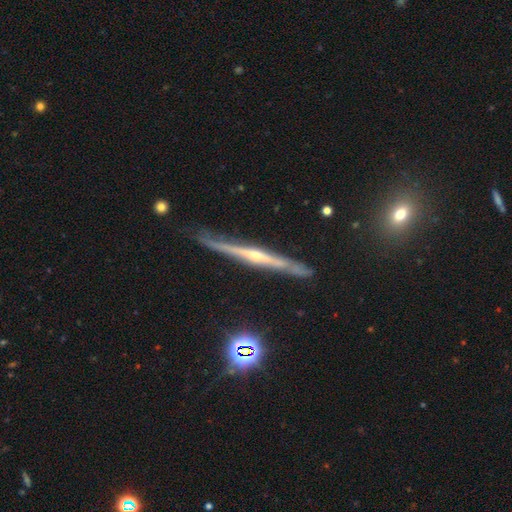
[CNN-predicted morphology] Overall: featured or disk (81%). Edge-on disk: yes (97%). Edge-on bulge: rounded (61%; none 31%). Merging: none (81%).